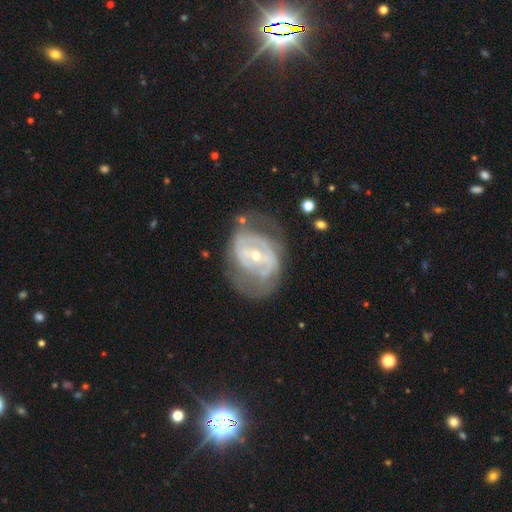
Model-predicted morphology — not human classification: type=featured or disk (78%); edge-on=no (95%); bar=weak (37%); spiral arms=yes (65%); bulge=small (62%); merging=none (54%).